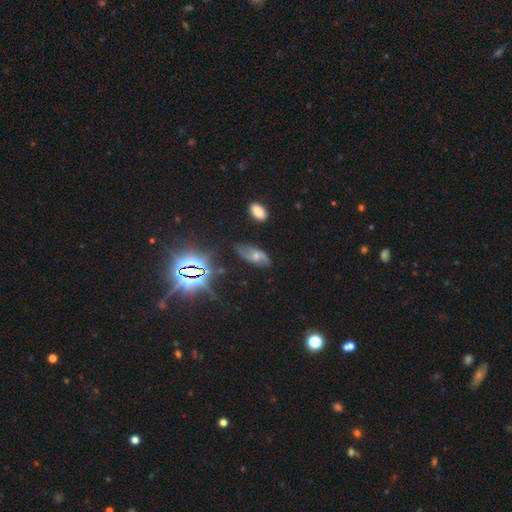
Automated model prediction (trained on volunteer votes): A featured or disk galaxy (45%). Merging: none (63%).